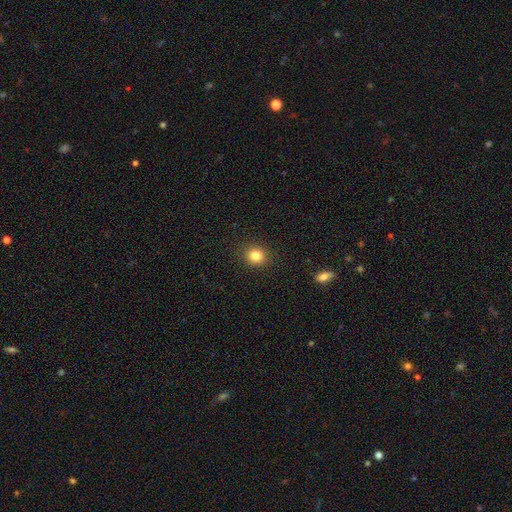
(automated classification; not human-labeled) smooth_or_featured: smooth (p=0.82) [alt: star or artifact p=0.12]
how_rounded: round (p=0.83) [alt: in between p=0.16]
merging: none (p=0.90) [alt: minor disturbance p=0.06]